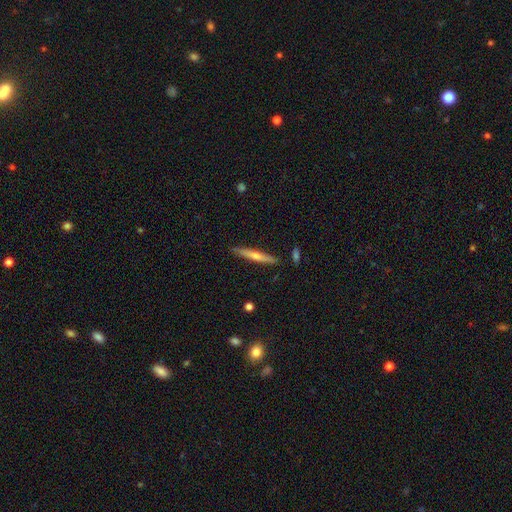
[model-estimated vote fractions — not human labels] Overall: featured or disk (49%; smooth 45%). Merging: none (88%).